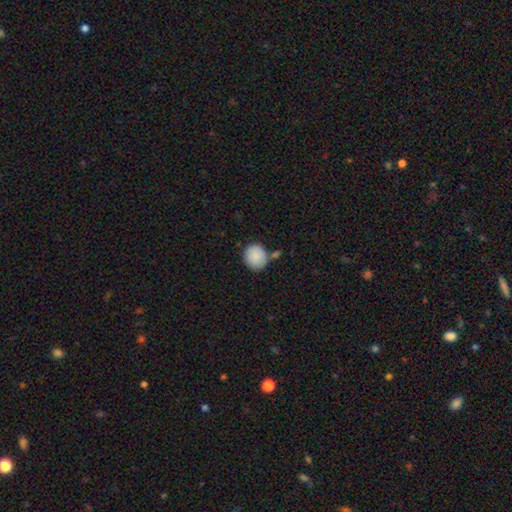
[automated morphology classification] A smooth galaxy with no disk features (87%) that is round (80%). Merging: none (68%).